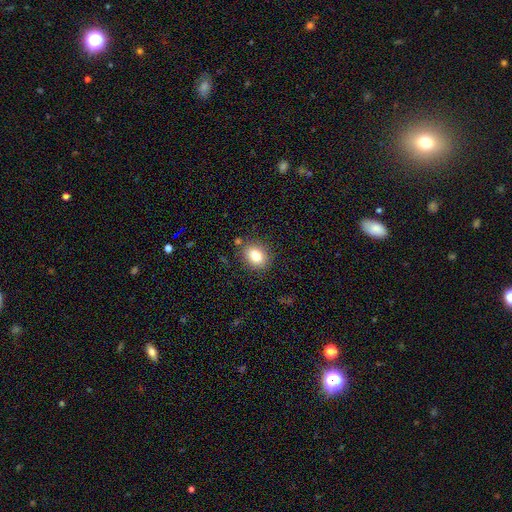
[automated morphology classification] Q: Smooth or featured?
A: smooth (81%); runner-up: star or artifact (10%)
Q: How rounded?
A: in between (50%); runner-up: round (49%)
Q: Merging?
A: none (85%); runner-up: minor disturbance (10%)